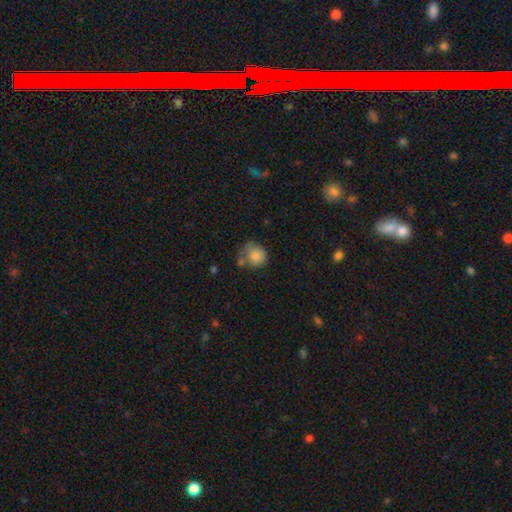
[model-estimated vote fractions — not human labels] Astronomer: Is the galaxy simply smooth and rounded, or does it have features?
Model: smooth — 81%.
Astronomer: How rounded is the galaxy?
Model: round — 78%.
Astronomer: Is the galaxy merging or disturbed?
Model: none — 44% (runner-up: minor disturbance, 28%).